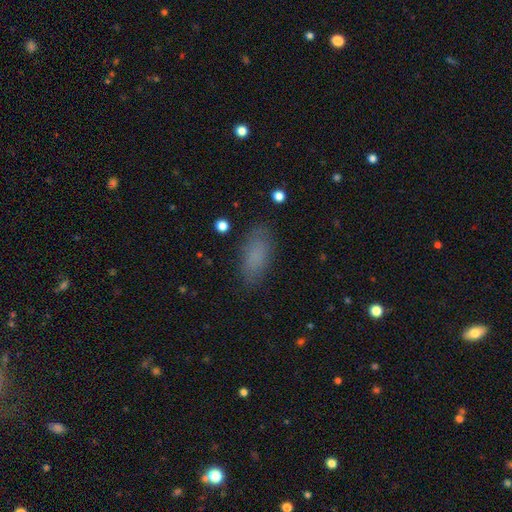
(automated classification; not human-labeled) Smooth or featured? smooth (81%)
How rounded? in between (85%)
Merging? none (82%)